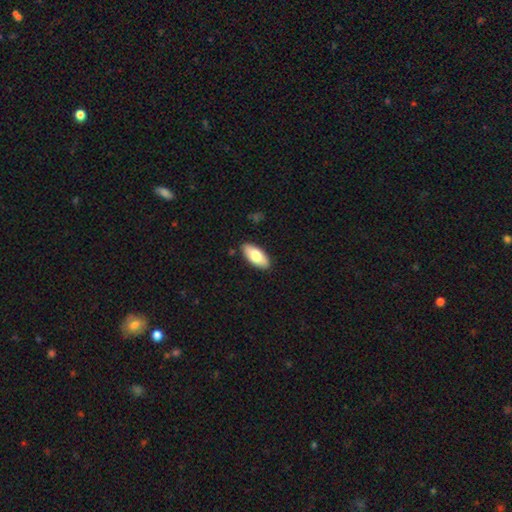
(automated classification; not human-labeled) This is likely a smooth galaxy (76%). How rounded: clearly in between (91%). Merging: clearly none (88%).